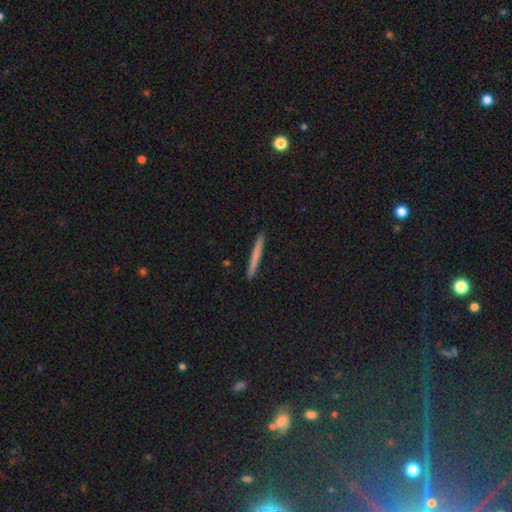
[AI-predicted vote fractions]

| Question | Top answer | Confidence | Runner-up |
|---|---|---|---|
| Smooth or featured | smooth | 69% | featured or disk (24%) |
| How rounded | cigar-shaped | 97% | in between (2%) |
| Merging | none | 92% | minor disturbance (5%) |